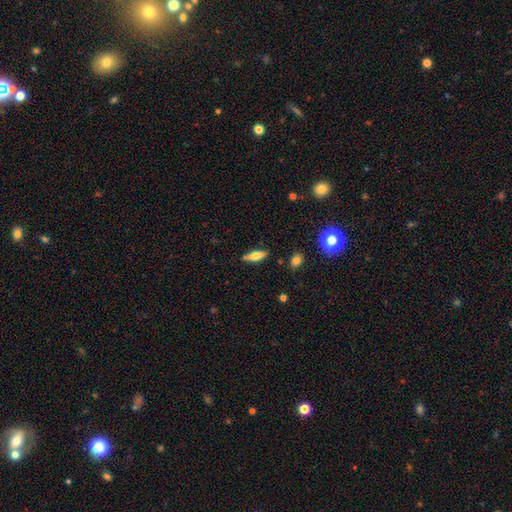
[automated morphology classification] Smooth or featured?
  - smooth: 59% *
  - featured or disk: 33%
  - star or artifact: 8%
How rounded?
  - cigar-shaped: 49% *
  - in between: 48%
  - round: 3%
Merging?
  - none: 85% *
  - minor disturbance: 10%
  - major disturbance: 2%
  - merger: 2%